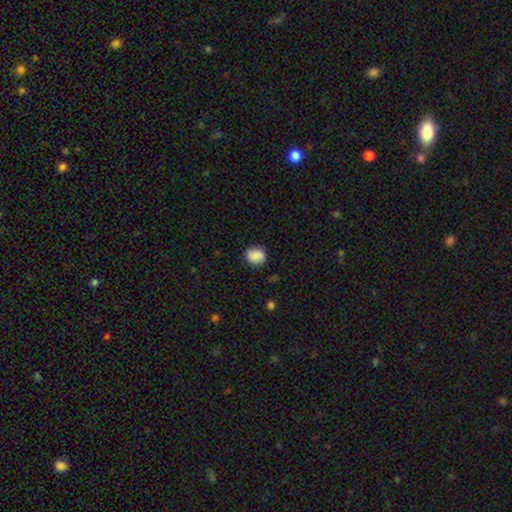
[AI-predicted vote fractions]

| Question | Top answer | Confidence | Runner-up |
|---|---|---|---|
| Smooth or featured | smooth | 88% | star or artifact (8%) |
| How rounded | round | 62% | in between (37%) |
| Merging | none | 83% | minor disturbance (13%) |